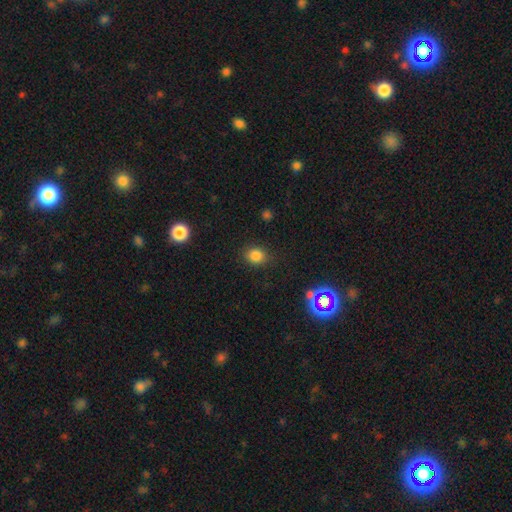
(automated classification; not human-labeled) Smooth or featured?
  - smooth: 82% *
  - star or artifact: 13%
  - featured or disk: 5%
How rounded?
  - round: 63% *
  - in between: 36%
  - cigar-shaped: 1%
Merging?
  - none: 85% *
  - minor disturbance: 10%
  - major disturbance: 3%
  - merger: 2%